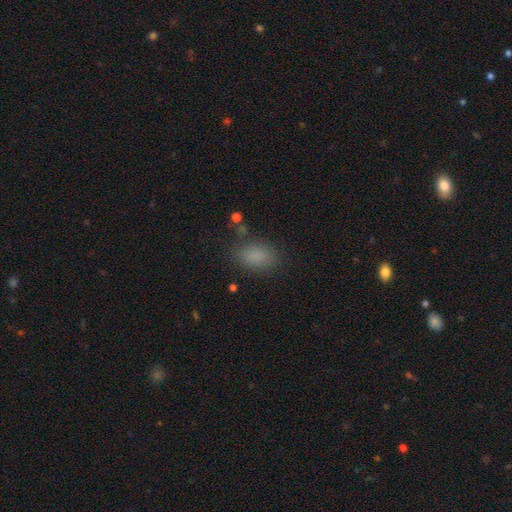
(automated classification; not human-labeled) Morphology: type=smooth (83%); roundness=in between (88%); merging=none (79%).